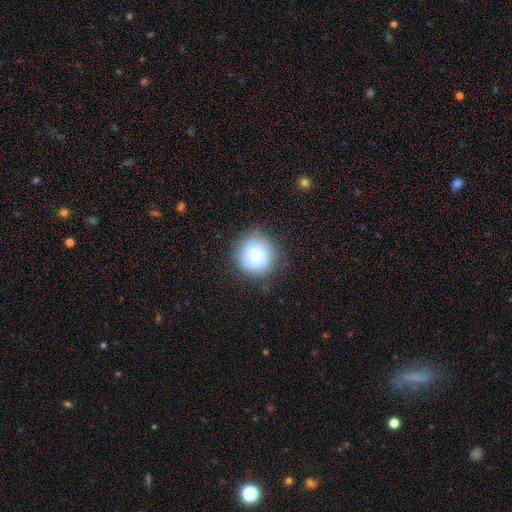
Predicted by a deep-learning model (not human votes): This appears to be a smooth galaxy with no disk features (72%) that is round (92%). Merging: none (79%).